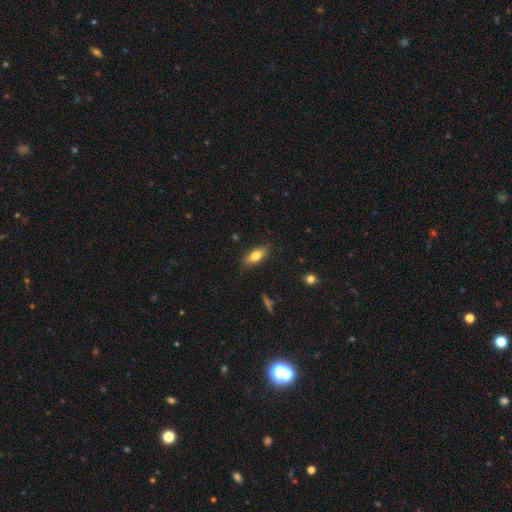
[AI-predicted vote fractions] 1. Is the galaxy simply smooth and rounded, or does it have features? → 77% smooth, 16% featured or disk, 7% star or artifact.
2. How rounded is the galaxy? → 79% in between, 17% cigar-shaped, 3% round.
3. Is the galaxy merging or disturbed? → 82% none, 14% minor disturbance, 3% major disturbance, 1% merger.